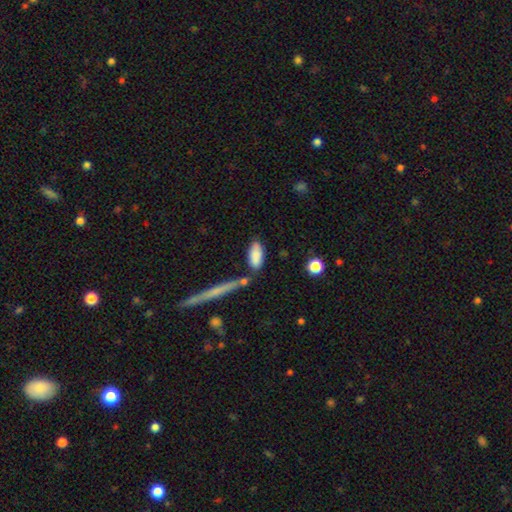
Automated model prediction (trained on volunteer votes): A smooth galaxy with no disk features (85%) that is in between round and cigar-shaped (80%).

Vote fractions:
- Smooth or featured? smooth: 85% / featured or disk: 9% / star or artifact: 6%
- How rounded? in between: 80% / cigar-shaped: 18% / round: 2%
- Merging? none: 67% / minor disturbance: 15% / merger: 13% / major disturbance: 4%